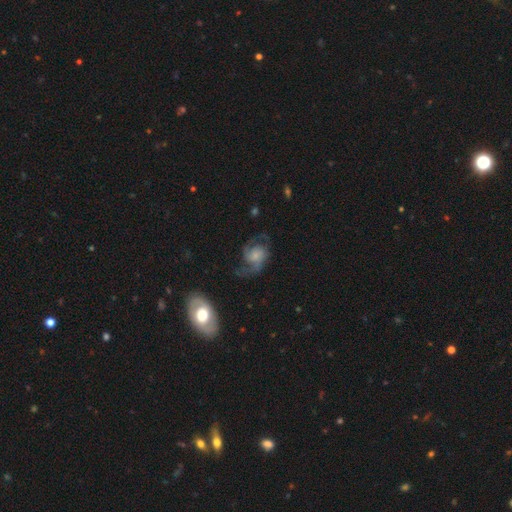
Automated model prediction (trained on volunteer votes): Smooth or featured?
  - featured or disk: 75% *
  - smooth: 18%
  - star or artifact: 7%
Edge-on disk?
  - no: 98% *
  - yes: 2%
Bar?
  - no: 68% *
  - weak: 27%
  - strong: 5%
Spiral arms?
  - yes: 94% *
  - no: 6%
Spiral winding?
  - medium: 49% *
  - loose: 35%
  - tight: 16%
Spiral arm count?
  - 2: 82% *
  - can't tell: 6%
  - 3: 4%
  - 1: 4%
  - 4: 2%
  - more than 4: 2%
Bulge size?
  - small: 35% *
  - moderate: 23%
  - none: 22%
  - large: 16%
  - dominant: 4%
Merging?
  - none: 55% *
  - major disturbance: 22%
  - minor disturbance: 20%
  - merger: 2%